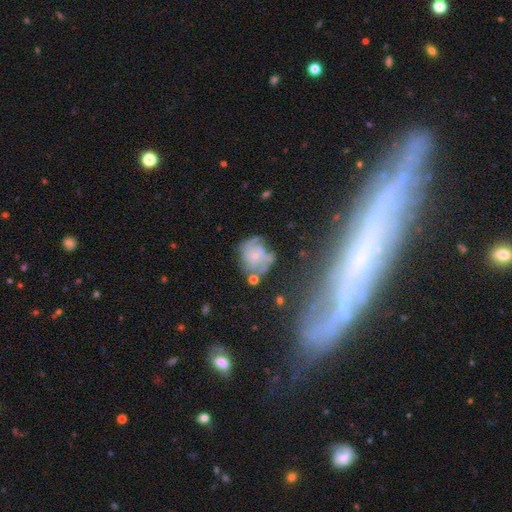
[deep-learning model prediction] Q: Smooth or featured?
A: featured or disk (62%); runner-up: smooth (25%)
Q: Edge-on disk?
A: no (98%); runner-up: yes (2%)
Q: Bar?
A: no (80%); runner-up: weak (17%)
Q: Spiral arms?
A: yes (69%); runner-up: no (31%)
Q: Bulge size?
A: small (68%); runner-up: moderate (20%)
Q: Merging?
A: none (48%); runner-up: minor disturbance (23%)